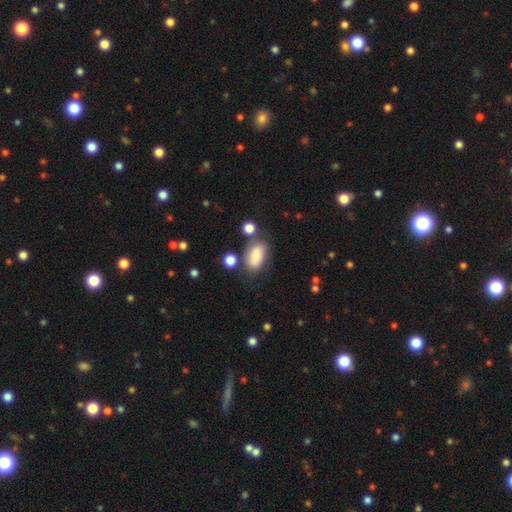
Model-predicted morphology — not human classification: The model was most divided on "merging": none: 59%, minor disturbance: 21%, merger: 12%, major disturbance: 8%. More confident: how rounded — in between (90%); smooth or featured — smooth (82%).